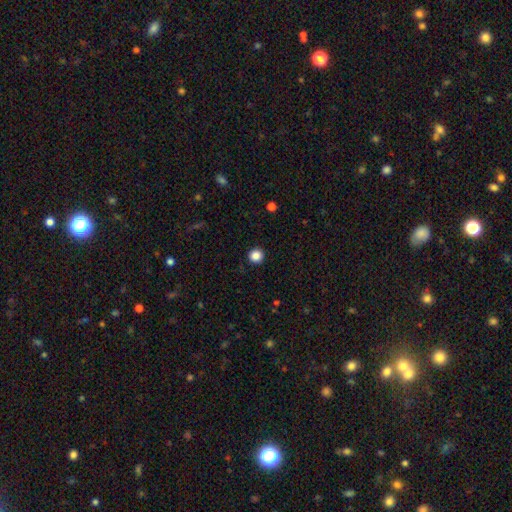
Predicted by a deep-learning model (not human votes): Morphology: type=smooth (87%); roundness=round (95%); merging=none (93%).